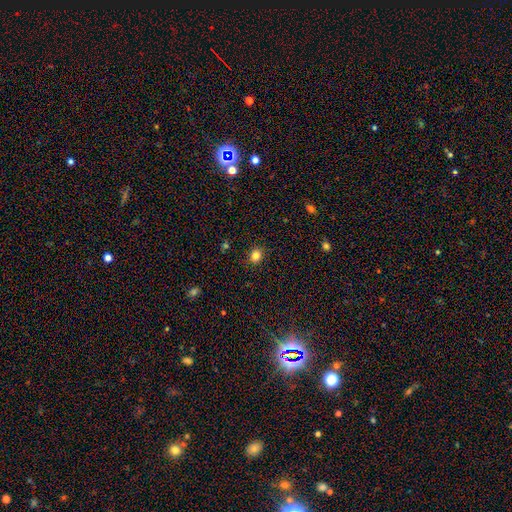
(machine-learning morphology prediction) Q: Smooth or featured?
A: smooth (82%); runner-up: star or artifact (13%)
Q: How rounded?
A: round (68%); runner-up: in between (31%)
Q: Merging?
A: none (89%); runner-up: minor disturbance (8%)